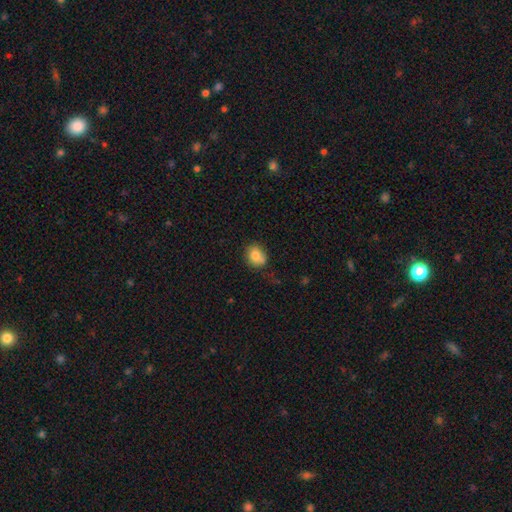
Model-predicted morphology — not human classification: Overall: smooth (82%). How rounded: round (54%; in between 45%). Merging: none (67%).